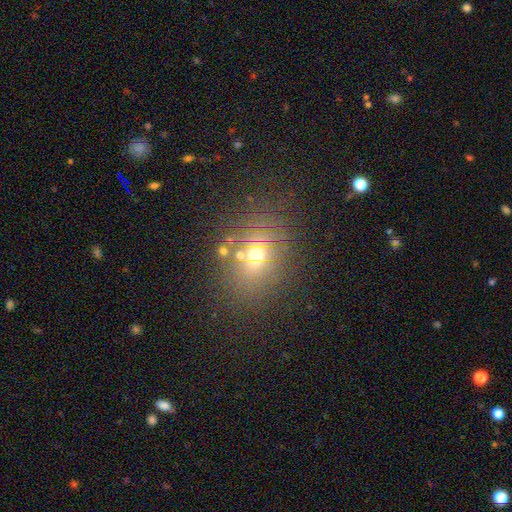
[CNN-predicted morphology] A smooth galaxy with no disk features (58%) that is round (57%). Merging: none (72%).